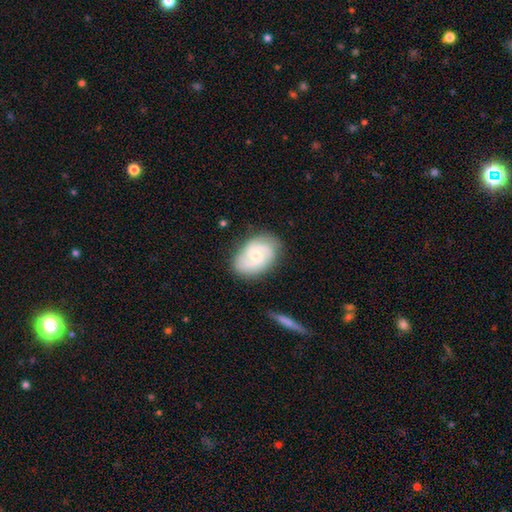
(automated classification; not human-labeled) Morphology: type=featured or disk (79%); edge-on=no (97%); bar=weak (47%); spiral arms=yes (96%); winding=medium (50%); arm count=2 (57%); bulge=small (53%); merging=none (80%).